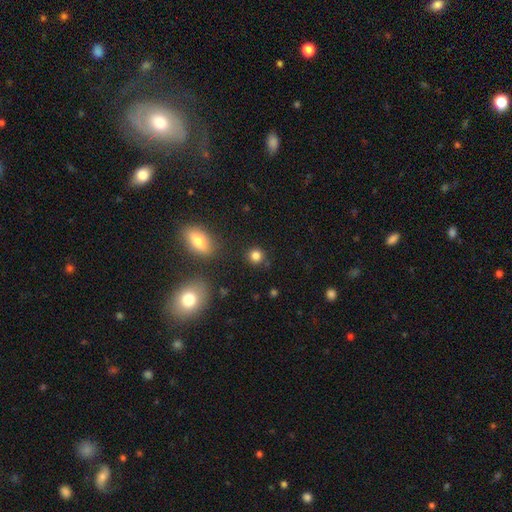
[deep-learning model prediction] Smooth or featured: smooth — 83% (star or artifact — 12%)
How rounded: round — 89% (in between — 9%)
Merging: none — 87% (minor disturbance — 7%)